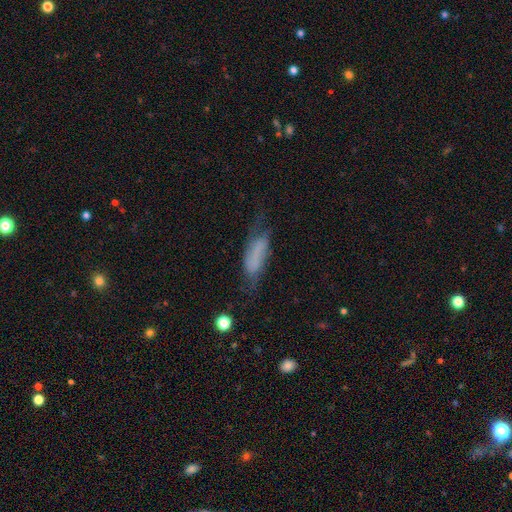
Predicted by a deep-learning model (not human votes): Overall: smooth (50%; featured or disk 38%). How rounded: in between (56%; cigar-shaped 41%). Merging: none (41%; minor disturbance 30%).